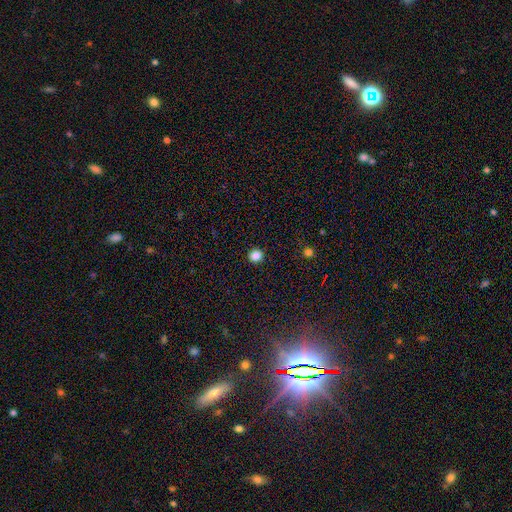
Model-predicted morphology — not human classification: Smooth or featured?
  - smooth: 85% *
  - star or artifact: 12%
  - featured or disk: 3%
How rounded?
  - round: 90% *
  - in between: 9%
  - cigar-shaped: 1%
Merging?
  - none: 93% *
  - minor disturbance: 5%
  - major disturbance: 2%
  - merger: 1%